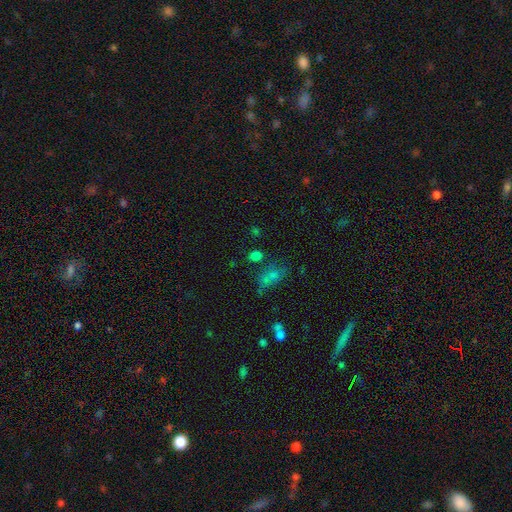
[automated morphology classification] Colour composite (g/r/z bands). It shows a smooth galaxy with no disk features (72%) that is in between round and cigar-shaped (60%). Merging: none (64%).